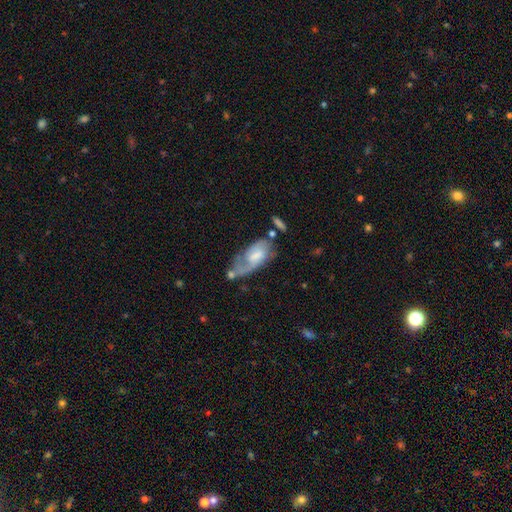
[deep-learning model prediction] smooth-or-featured: featured or disk: 61% | smooth: 33% | star or artifact: 6%
  disk-edge-on: no: 93% | yes: 7%
    bar: weak: 49% | no: 39% | strong: 12%
    has-spiral-arms: yes: 83% | no: 17%
    bulge-size: moderate: 40% | small: 28% | none: 16% | large: 14% | dominant: 2%
  merging: none: 38% | minor disturbance: 26% | major disturbance: 21% | merger: 14%